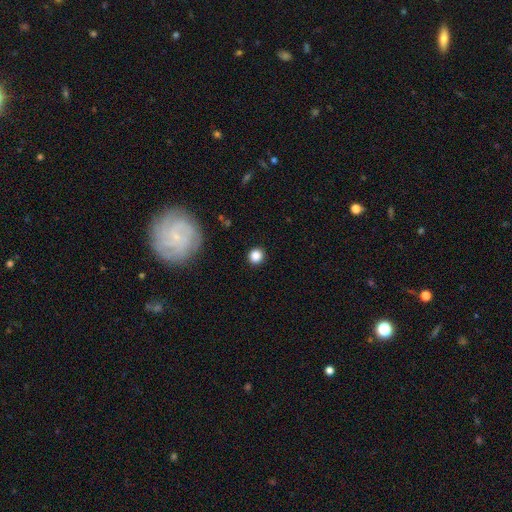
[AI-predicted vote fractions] smooth_or_featured: smooth (p=0.86) [alt: star or artifact p=0.11]
how_rounded: round (p=0.92) [alt: in between p=0.07]
merging: none (p=0.91) [alt: minor disturbance p=0.06]